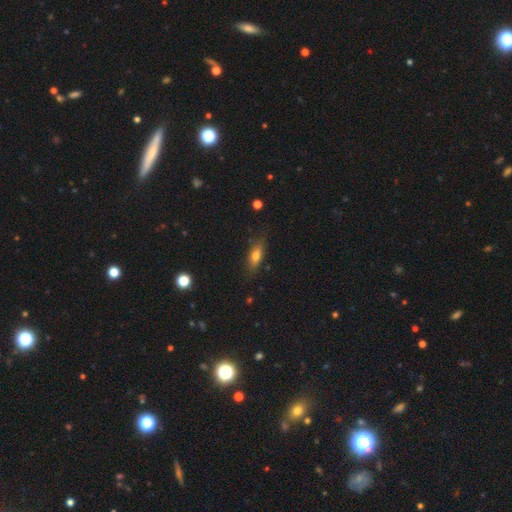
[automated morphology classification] Q: Smooth or featured?
A: smooth (71%); runner-up: featured or disk (20%)
Q: How rounded?
A: in between (64%); runner-up: cigar-shaped (32%)
Q: Merging?
A: none (79%); runner-up: minor disturbance (16%)